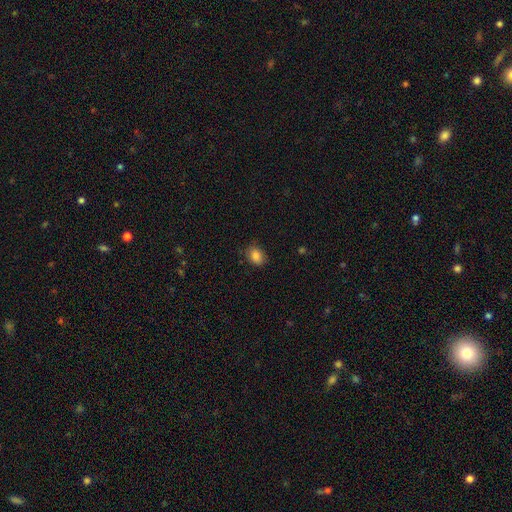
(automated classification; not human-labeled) This is clearly a smooth galaxy (85%). How rounded: likely in between (65%). Merging: clearly none (82%).